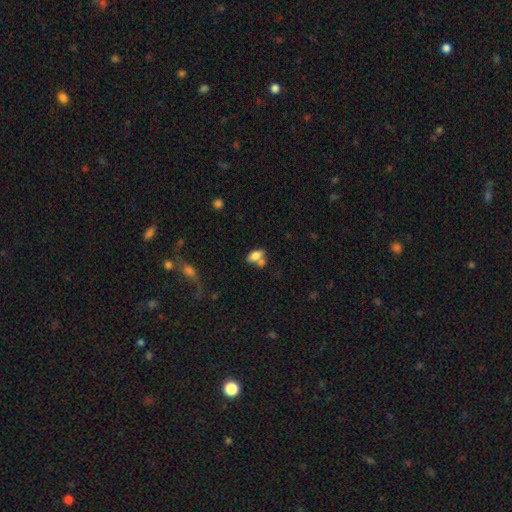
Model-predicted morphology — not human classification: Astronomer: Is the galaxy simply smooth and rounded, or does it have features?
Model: smooth — 77%.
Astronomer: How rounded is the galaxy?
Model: in between — 87%.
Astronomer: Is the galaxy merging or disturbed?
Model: none — 41% (runner-up: merger, 40%).